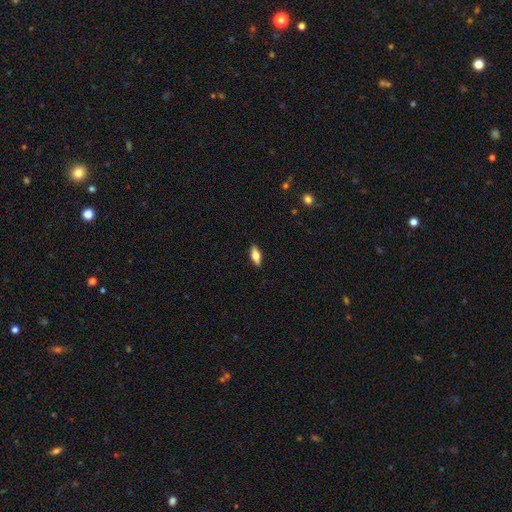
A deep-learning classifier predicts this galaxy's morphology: Q: Smooth or featured?
A: smooth (62%); runner-up: featured or disk (31%)
Q: How rounded?
A: in between (71%); runner-up: cigar-shaped (26%)
Q: Merging?
A: none (88%); runner-up: minor disturbance (9%)